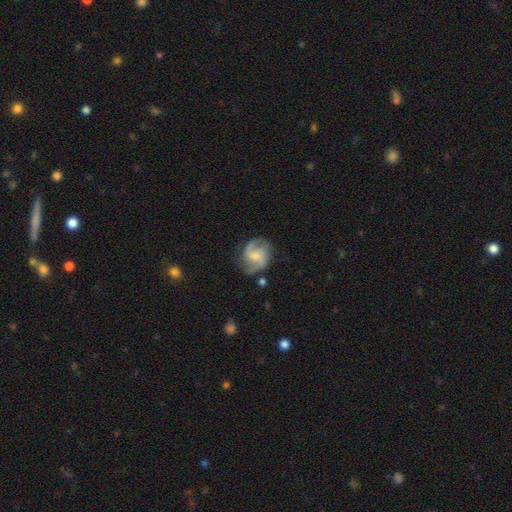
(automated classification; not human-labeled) Smooth or featured? featured or disk (79%)
Edge-on disk? no (98%)
Bar? weak (46%)
Spiral arms? yes (94%)
Spiral winding? medium (51%)
Spiral arm count? 2 (74%)
Bulge size? small (45%)
Merging? none (68%)